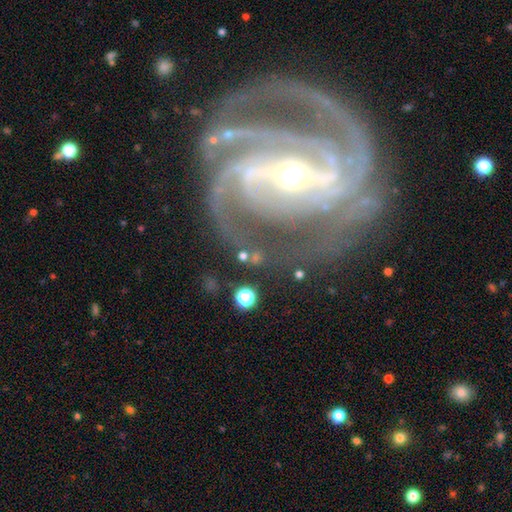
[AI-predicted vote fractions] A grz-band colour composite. It shows a featured or disk galaxy (92%) with a strong bar (64%), 2 (32%) tight (49%) spiral arms (98%) and a small central bulge (49%). Merging: none (68%).